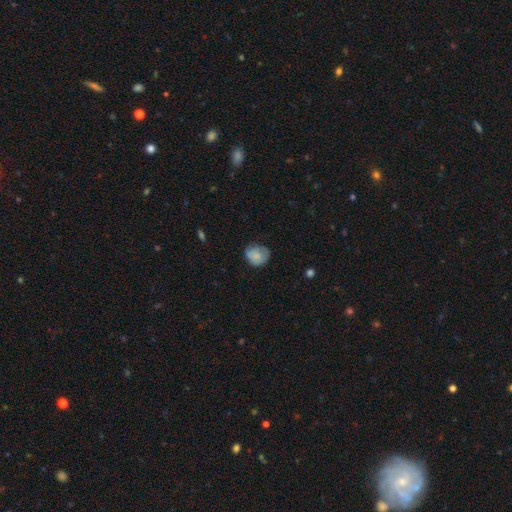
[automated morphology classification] The model was most divided on "merging": none: 56%, minor disturbance: 32%, major disturbance: 10%, merger: 1%. More confident: smooth or featured — smooth (72%); how rounded — round (66%).